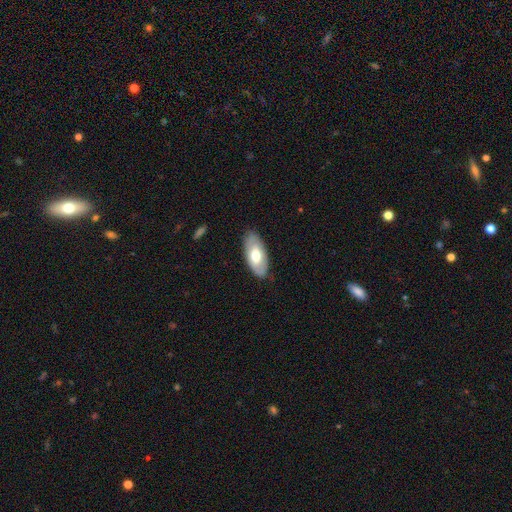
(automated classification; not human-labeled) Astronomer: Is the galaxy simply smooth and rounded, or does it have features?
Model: smooth — 63%.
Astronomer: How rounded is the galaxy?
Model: in between — 91%.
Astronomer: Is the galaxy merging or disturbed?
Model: none — 84%.